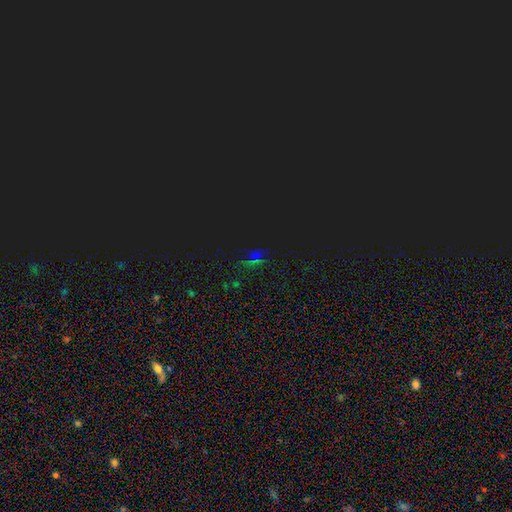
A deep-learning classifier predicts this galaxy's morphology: A star or artifact, not a galaxy (77%).